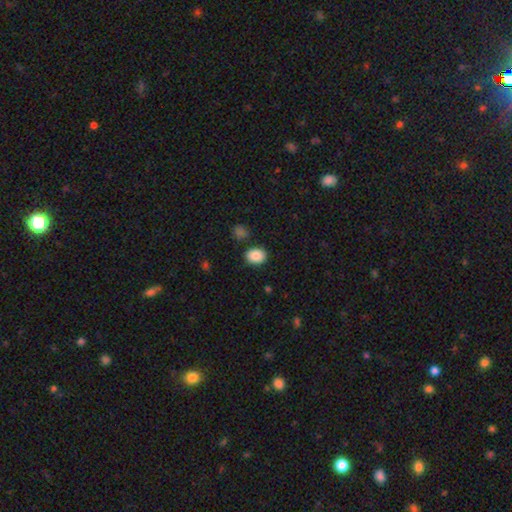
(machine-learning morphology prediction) type=smooth (88%); roundness=in between (58%); merging=none (84%).